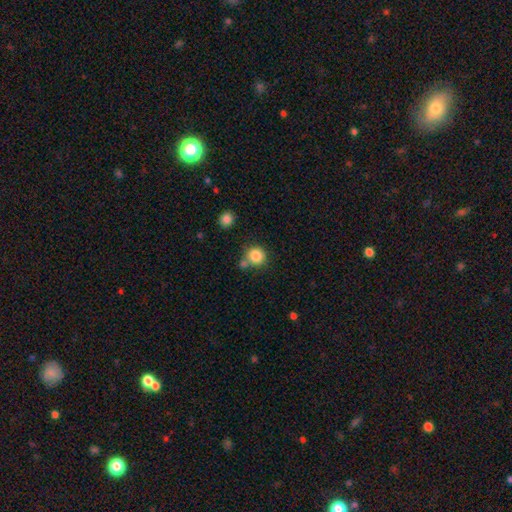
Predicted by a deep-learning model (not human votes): A smooth galaxy with no disk features (85%) that is round (92%). Merging: none (69%).